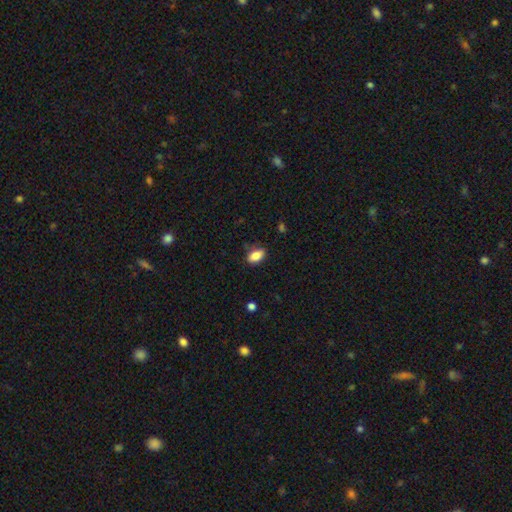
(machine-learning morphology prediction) smooth_or_featured: smooth (p=0.86) [alt: star or artifact p=0.08]
how_rounded: in between (p=0.89) [alt: round p=0.08]
merging: none (p=0.79) [alt: minor disturbance p=0.17]